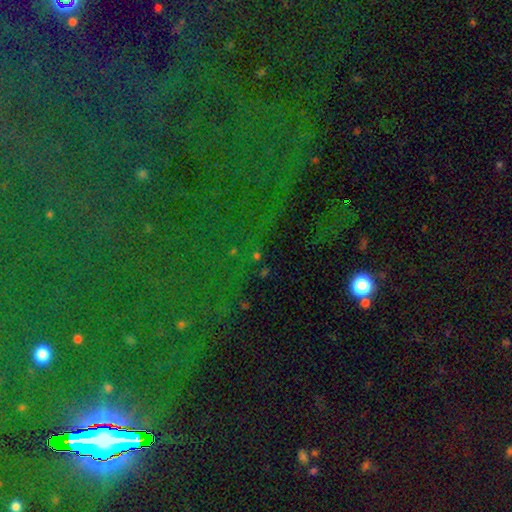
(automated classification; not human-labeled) A star or artifact, not a galaxy (73%).